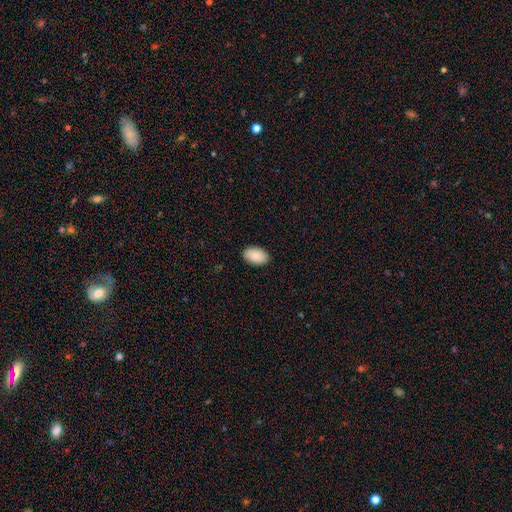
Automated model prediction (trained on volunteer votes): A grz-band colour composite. It shows a smooth galaxy with no disk features (90%) that is in between round and cigar-shaped (93%). Merging: none (89%).